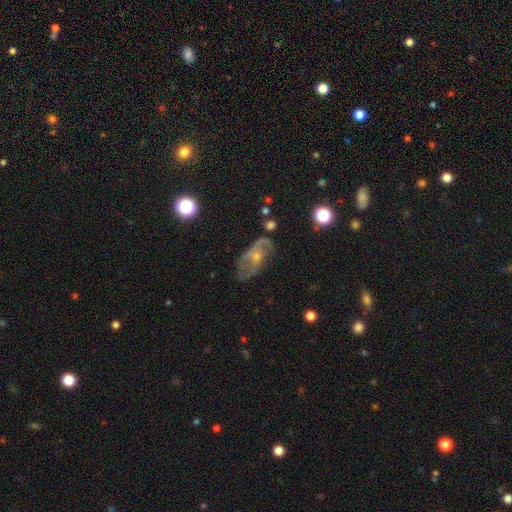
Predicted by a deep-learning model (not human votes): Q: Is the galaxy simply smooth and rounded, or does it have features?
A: featured or disk — 73%.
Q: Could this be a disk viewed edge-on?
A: no — 93%.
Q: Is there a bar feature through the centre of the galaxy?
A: no — 62%.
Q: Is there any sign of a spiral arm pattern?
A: yes — 82%.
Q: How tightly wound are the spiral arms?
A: medium — 44%.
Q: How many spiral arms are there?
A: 2 — 61%.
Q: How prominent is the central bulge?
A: small — 66%.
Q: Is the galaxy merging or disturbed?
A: none — 61%.